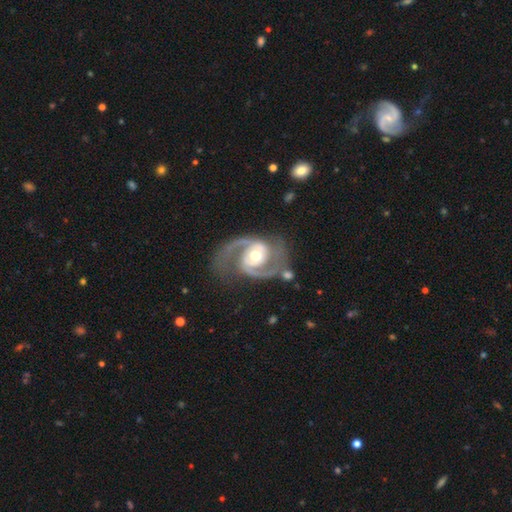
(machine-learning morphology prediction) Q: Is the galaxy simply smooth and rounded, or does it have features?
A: featured or disk — 92%.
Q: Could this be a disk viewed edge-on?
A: no — 98%.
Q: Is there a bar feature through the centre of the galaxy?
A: no — 58%.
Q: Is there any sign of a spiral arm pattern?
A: yes — 97%.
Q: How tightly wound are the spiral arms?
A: medium — 55%.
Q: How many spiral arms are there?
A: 2 — 92%.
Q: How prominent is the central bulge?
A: moderate — 73%.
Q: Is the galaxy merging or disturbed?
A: none — 66%.